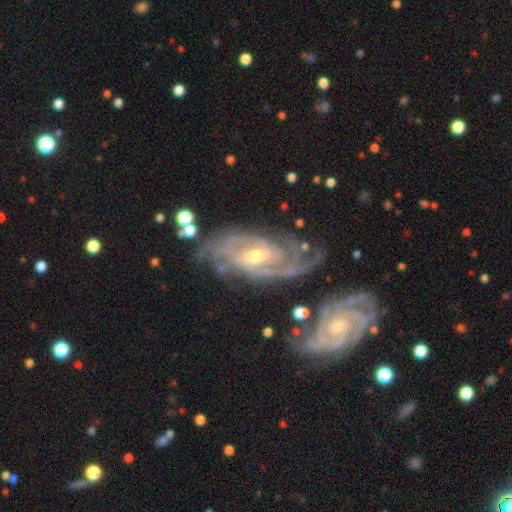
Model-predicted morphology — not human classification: A featured or disk galaxy (91%) with a weak bar (44%), 2 (27%) tight (63%) spiral arms (98%) and a moderate central bulge (49%). Merging: none (63%).